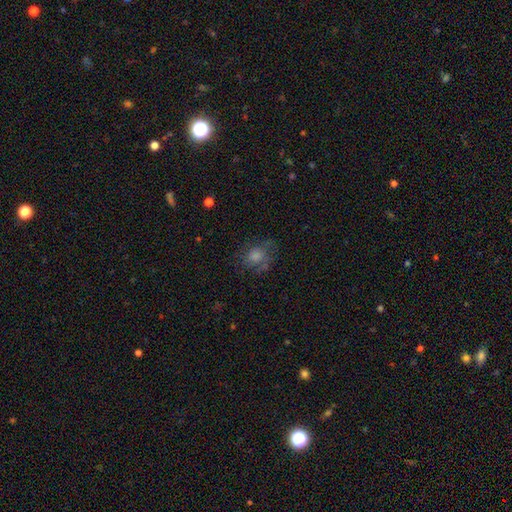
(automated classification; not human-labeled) Smooth or featured: smooth — 44% (featured or disk — 34%)
Merging: none — 65% (minor disturbance — 19%)